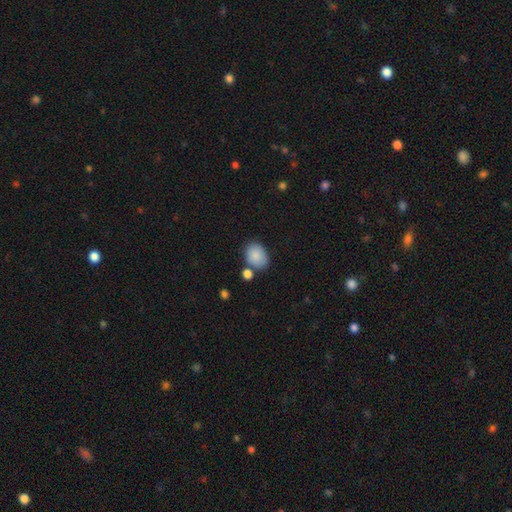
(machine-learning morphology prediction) Smooth or featured? smooth (87%)
How rounded? in between (72%)
Merging? none (68%)